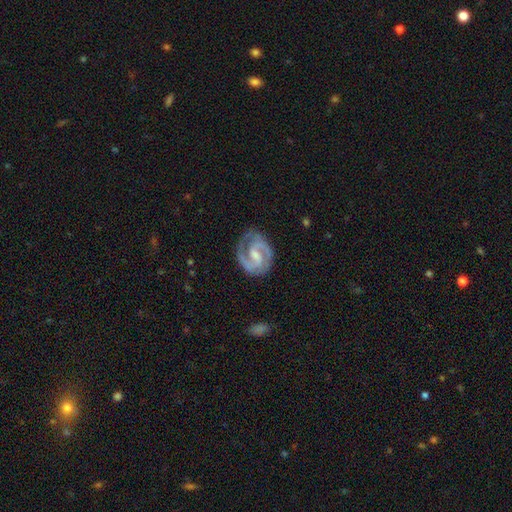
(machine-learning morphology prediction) Smooth or featured: featured or disk — 91% (smooth — 5%)
Edge-on disk: no — 98% (yes — 2%)
Bar: weak — 53% (strong — 27%)
Spiral arms: yes — 98% (no — 2%)
Spiral winding: medium — 52% (tight — 40%)
Spiral arm count: 2 — 92% (can't tell — 2%)
Bulge size: moderate — 38% (small — 37%)
Merging: none — 78% (minor disturbance — 15%)